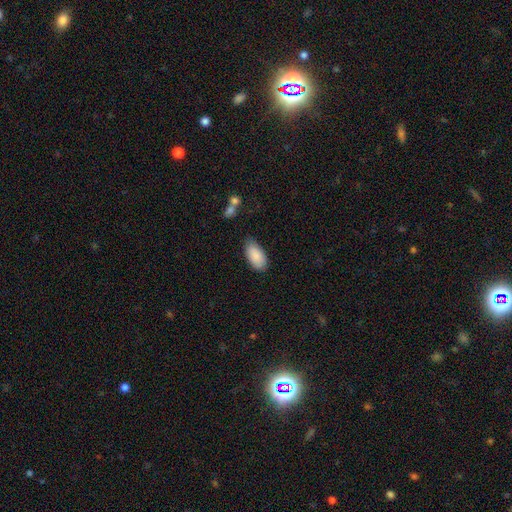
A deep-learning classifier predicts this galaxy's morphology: Overall: smooth (88%). How rounded: in between (95%). Merging: none (76%).